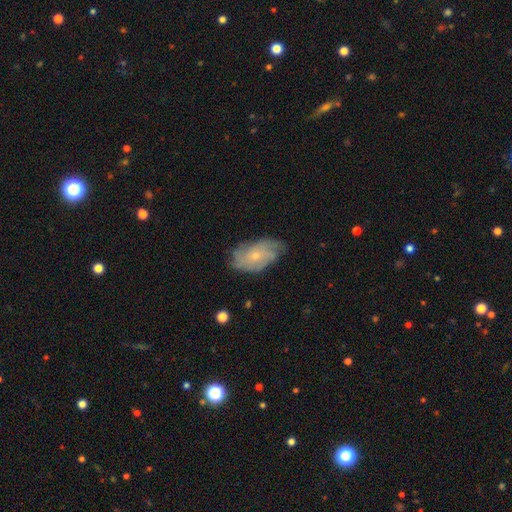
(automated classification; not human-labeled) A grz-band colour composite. It shows a featured or disk galaxy (66%) with no bar (78%), tight (49%) spiral arms (88%) and a small central bulge (70%). Merging: none (68%).